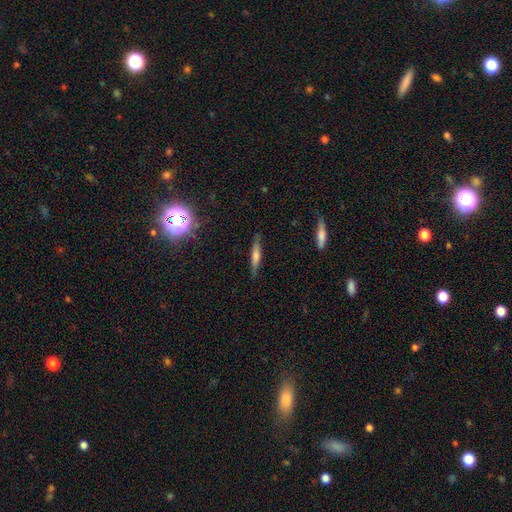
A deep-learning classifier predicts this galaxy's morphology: A smooth galaxy with no disk features (46%).

Vote fractions:
- Smooth or featured? smooth: 46% / featured or disk: 42% / star or artifact: 12%
- Merging? none: 87% / minor disturbance: 10% / major disturbance: 2% / merger: 1%